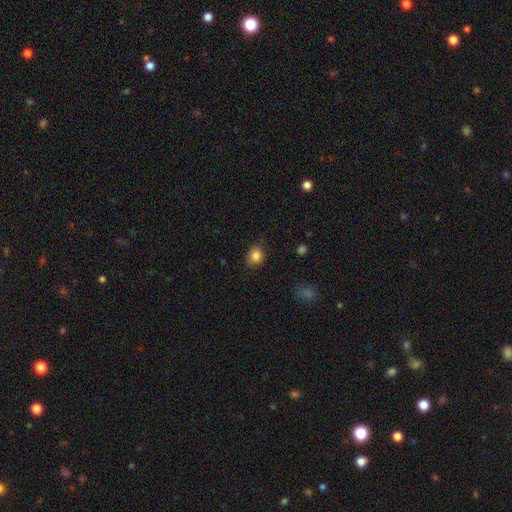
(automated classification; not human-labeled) Smooth or featured? Predicted: smooth (p=0.85). How rounded? Predicted: round (p=0.66). Merging? Predicted: none (p=0.81).